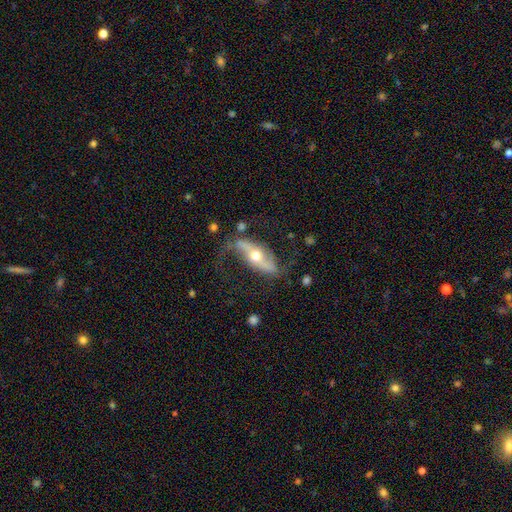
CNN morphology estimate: Smooth or featured? featured or disk (83%)
Edge-on disk? no (81%)
Bar? strong (42%)
Spiral arms? yes (91%)
Spiral winding? loose (78%)
Spiral arm count? 2 (90%)
Bulge size? moderate (69%)
Merging? none (62%)